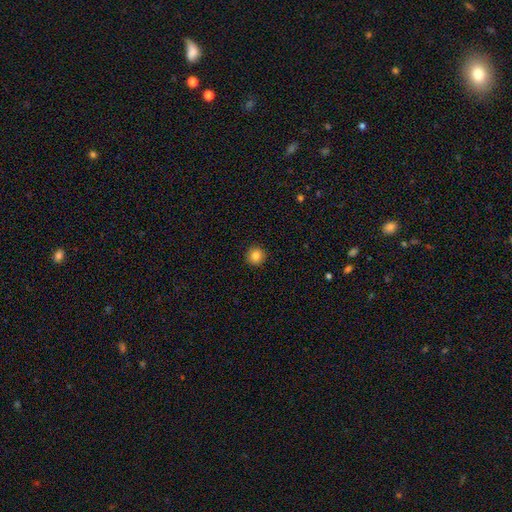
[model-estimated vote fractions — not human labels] This appears to be a smooth galaxy with no disk features (84%) that is round (94%). Merging: none (92%).